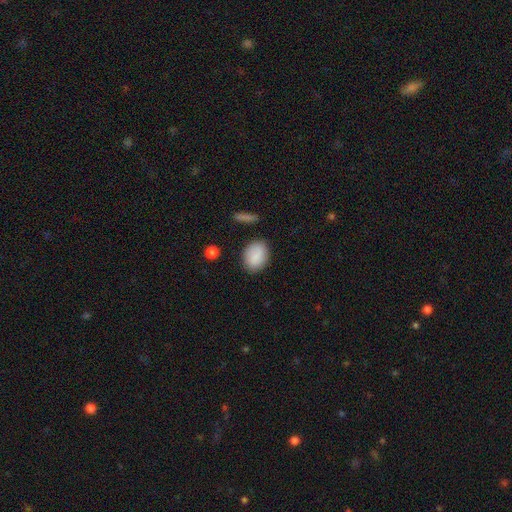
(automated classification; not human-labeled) A smooth galaxy with no disk features (86%) that is in between round and cigar-shaped (72%).

Vote fractions:
- Smooth or featured? smooth: 86% / star or artifact: 7% / featured or disk: 7%
- How rounded? in between: 72% / round: 26% / cigar-shaped: 1%
- Merging? none: 83% / minor disturbance: 12% / major disturbance: 3% / merger: 2%